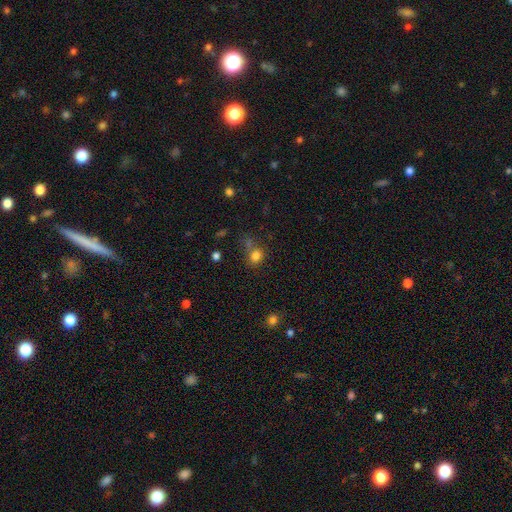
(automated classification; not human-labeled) Smooth or featured?
  - smooth: 79% *
  - star or artifact: 14%
  - featured or disk: 7%
How rounded?
  - round: 61% *
  - in between: 38%
  - cigar-shaped: 1%
Merging?
  - none: 57% *
  - merger: 18%
  - minor disturbance: 17%
  - major disturbance: 8%